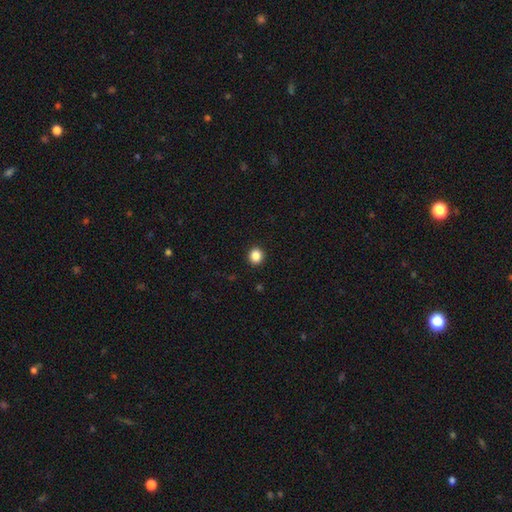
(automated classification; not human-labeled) This appears to be a smooth galaxy with no disk features (87%) that is round (85%). Merging: none (92%).